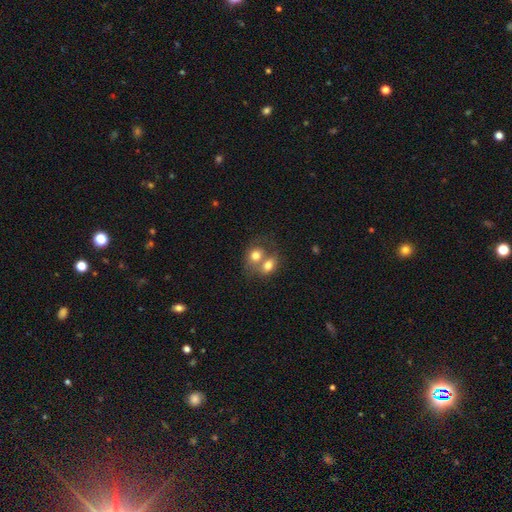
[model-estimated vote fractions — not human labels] smooth 73%, featured or disk 18%, star or artifact 9%. Down the decision tree: how rounded — round (56%); merging — merger (71%).